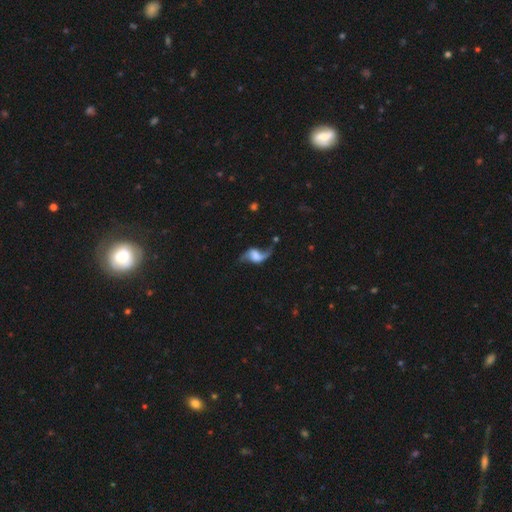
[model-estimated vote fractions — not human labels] Smooth or featured? Predicted: featured or disk (p=0.79). Edge-on disk? Predicted: no (p=0.96). Bar? Predicted: no (p=0.48). Spiral arms? Predicted: yes (p=0.94). Spiral winding? Predicted: loose (p=0.87). Spiral arm count? Predicted: 2 (p=0.89). Bulge size? Predicted: none (p=0.35). Merging? Predicted: none (p=0.61).